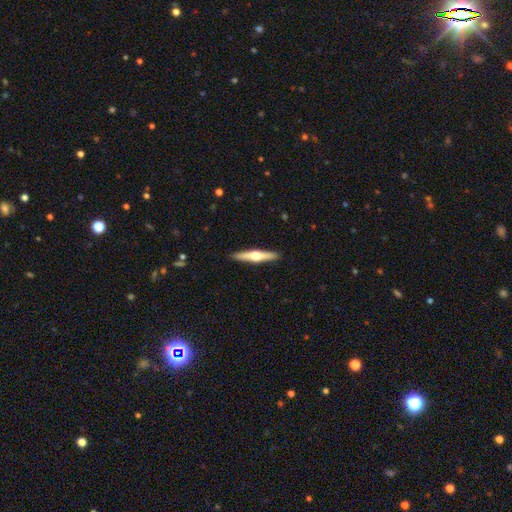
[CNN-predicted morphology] A featured or disk galaxy (63%) viewed edge-on (97%) with a rounded central bulge (94%).

Vote fractions:
- Smooth or featured? featured or disk: 63% / smooth: 32% / star or artifact: 5%
- Edge-on disk? yes: 97% / no: 3%
- Edge-on bulge? rounded: 94% / none: 3% / boxy: 3%
- Merging? none: 92% / minor disturbance: 6% / major disturbance: 1% / merger: 1%